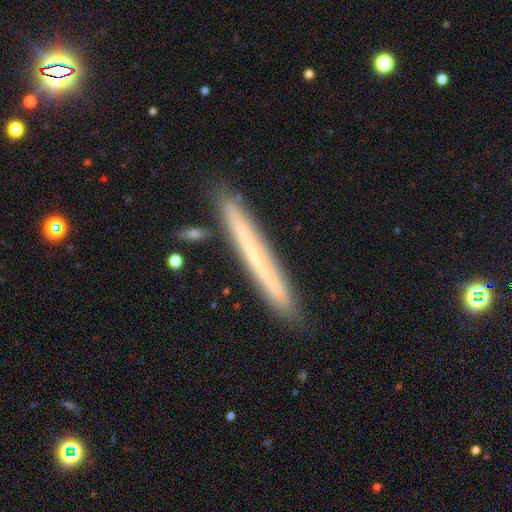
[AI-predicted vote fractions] Overall: smooth (46%, tied with featured or disk). Merging: none (88%).